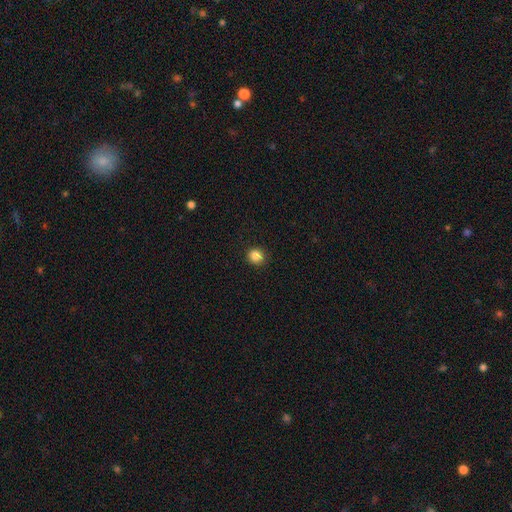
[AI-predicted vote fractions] A smooth galaxy with no disk features (86%) that is round (89%). Merging: none (91%).